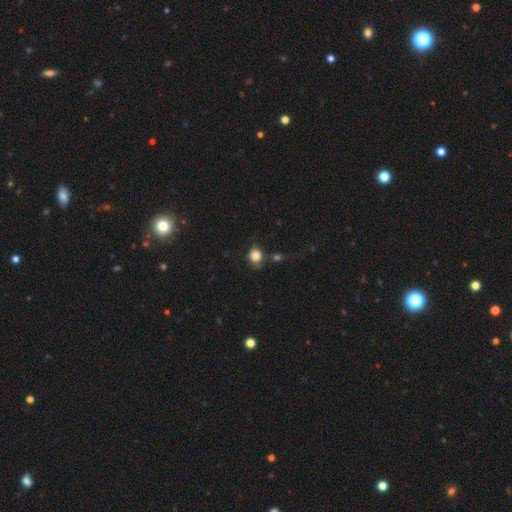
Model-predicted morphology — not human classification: smooth-or-featured: smooth: 84% | star or artifact: 10% | featured or disk: 6%
  how-rounded: round: 72% | in between: 27% | cigar-shaped: 1%
  merging: none: 68% | minor disturbance: 18% | merger: 9% | major disturbance: 6%